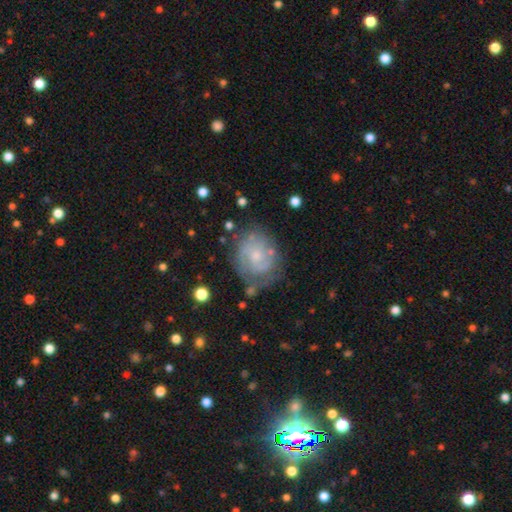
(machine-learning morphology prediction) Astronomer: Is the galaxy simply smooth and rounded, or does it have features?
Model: featured or disk — 70%.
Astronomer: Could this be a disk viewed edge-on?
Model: no — 98%.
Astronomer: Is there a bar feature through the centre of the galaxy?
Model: no — 69%.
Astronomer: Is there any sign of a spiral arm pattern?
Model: yes — 84%.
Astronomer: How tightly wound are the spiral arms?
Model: tight — 53% (runner-up: medium, 35%).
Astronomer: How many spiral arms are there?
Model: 2 — 51% (runner-up: can't tell, 30%).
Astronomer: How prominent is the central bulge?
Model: small — 58%.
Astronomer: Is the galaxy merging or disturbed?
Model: none — 65%.